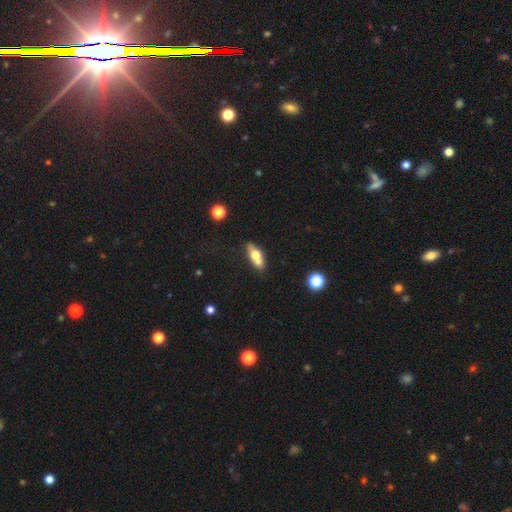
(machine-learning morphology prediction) smooth_or_featured: smooth (p=0.56) [alt: featured or disk p=0.36]
how_rounded: in between (p=0.65) [alt: cigar-shaped p=0.28]
merging: none (p=0.48) [alt: merger p=0.35]